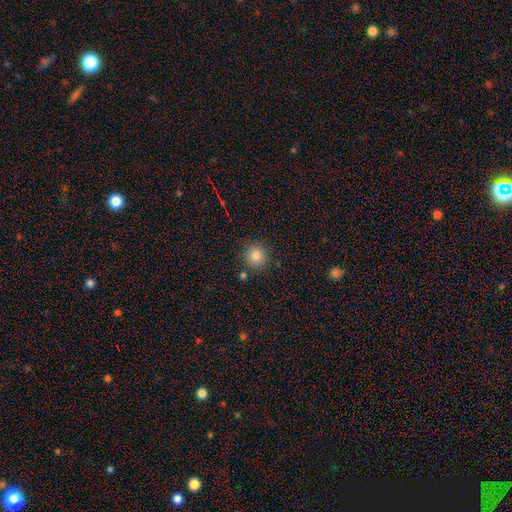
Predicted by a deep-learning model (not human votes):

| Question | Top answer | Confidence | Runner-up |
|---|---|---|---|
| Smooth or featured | smooth | 84% | star or artifact (10%) |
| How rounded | round | 93% | in between (6%) |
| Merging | none | 85% | minor disturbance (8%) |